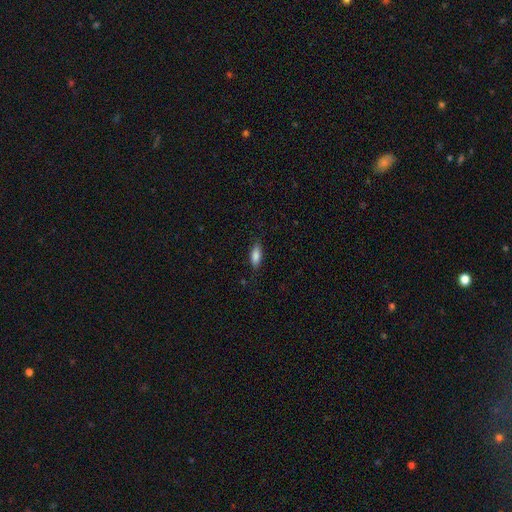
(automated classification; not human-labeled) Overall: smooth (85%). How rounded: in between (76%). Merging: none (82%).